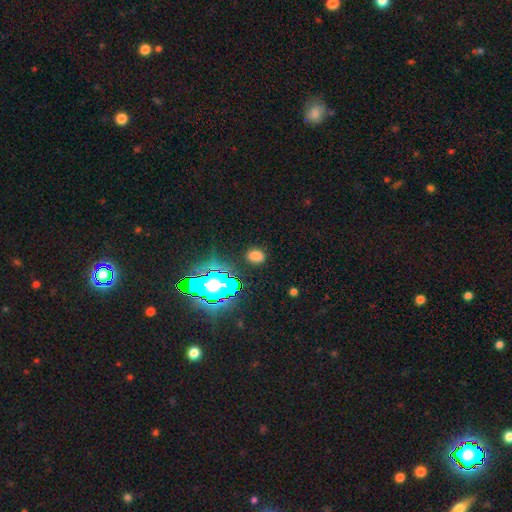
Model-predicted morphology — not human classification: Overall: smooth (66%). How rounded: in between (65%; round 33%). Merging: none (84%).